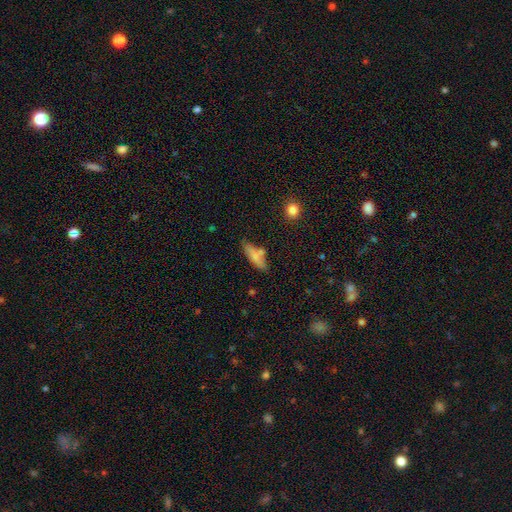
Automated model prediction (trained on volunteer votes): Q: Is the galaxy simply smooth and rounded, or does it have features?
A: smooth — 71%.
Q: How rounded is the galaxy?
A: cigar-shaped — 51%.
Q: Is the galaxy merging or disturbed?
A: none — 63%.